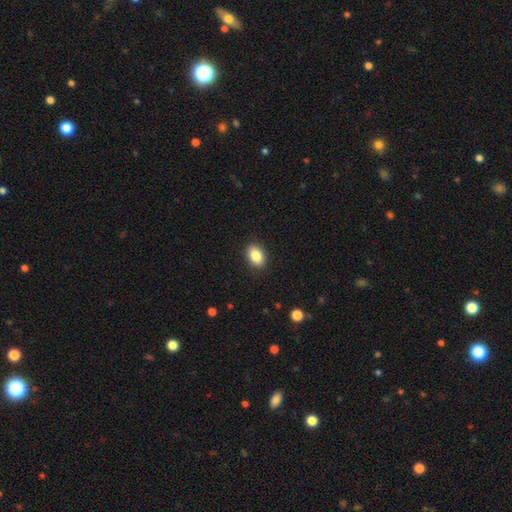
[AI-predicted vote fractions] A smooth galaxy with no disk features (87%) that is in between round and cigar-shaped (83%).

Vote fractions:
- Smooth or featured? smooth: 87% / star or artifact: 8% / featured or disk: 5%
- How rounded? in between: 83% / round: 16% / cigar-shaped: 1%
- Merging? none: 90% / minor disturbance: 7% / major disturbance: 2% / merger: 1%